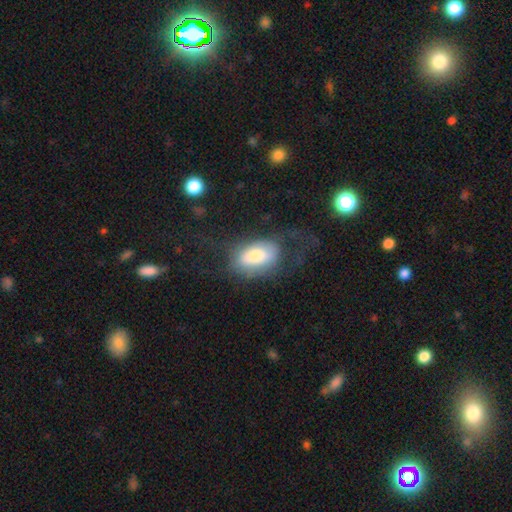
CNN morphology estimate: Smooth or featured: smooth — 66% (featured or disk — 27%)
How rounded: in between — 91% (round — 6%)
Merging: none — 47% (major disturbance — 31%)